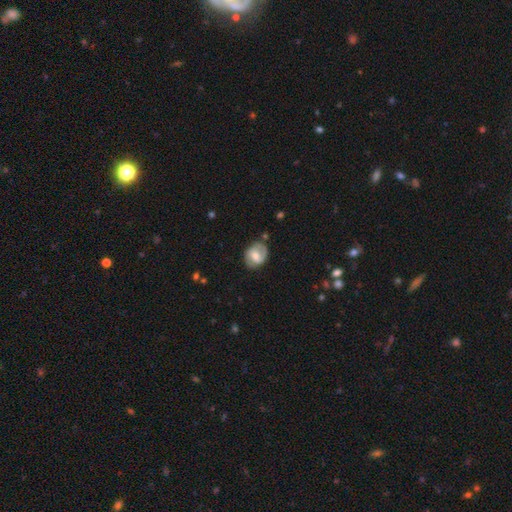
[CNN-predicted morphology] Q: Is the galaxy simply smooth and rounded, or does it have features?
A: featured or disk — 60%.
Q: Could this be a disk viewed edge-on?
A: no — 97%.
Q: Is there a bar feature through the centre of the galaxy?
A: weak — 48%.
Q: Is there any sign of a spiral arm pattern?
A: yes — 81%.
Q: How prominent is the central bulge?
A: moderate — 62%.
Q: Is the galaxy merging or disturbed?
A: none — 73%.